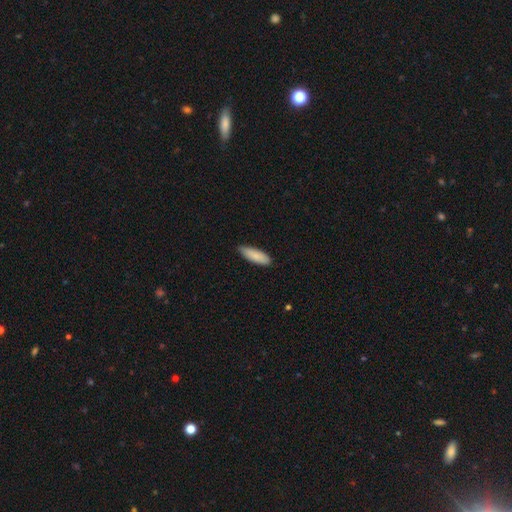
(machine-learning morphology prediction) type=smooth (86%); roundness=in between (52%); merging=none (80%).